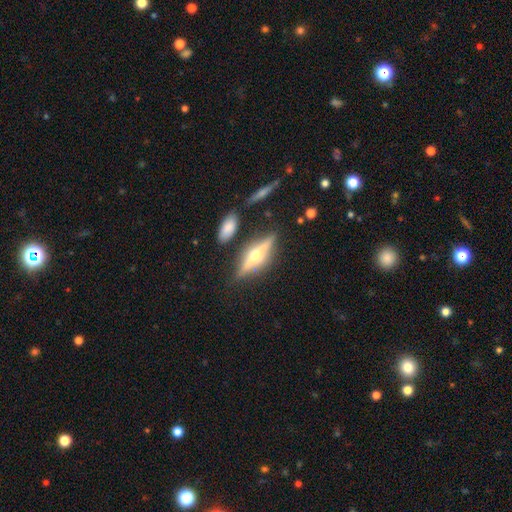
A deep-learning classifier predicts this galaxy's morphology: Smooth or featured?
  - featured or disk: 73% *
  - smooth: 19%
  - star or artifact: 8%
Edge-on disk?
  - yes: 95% *
  - no: 5%
Edge-on bulge?
  - rounded: 95% *
  - boxy: 3%
  - none: 2%
Merging?
  - none: 81% *
  - minor disturbance: 11%
  - merger: 4%
  - major disturbance: 3%